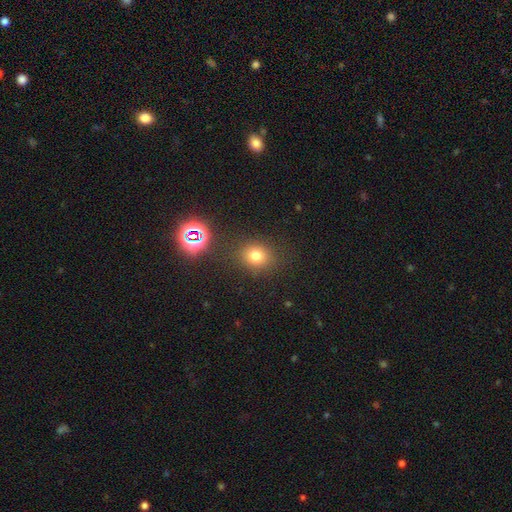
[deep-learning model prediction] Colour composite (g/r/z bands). It shows a smooth galaxy with no disk features (74%) that is round (75%). Merging: none (81%).